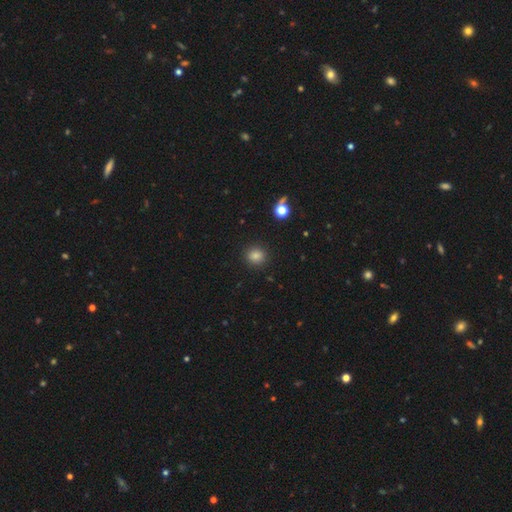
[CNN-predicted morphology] Smooth or featured? Predicted: smooth (p=0.82). How rounded? Predicted: round (p=0.85). Merging? Predicted: none (p=0.90).